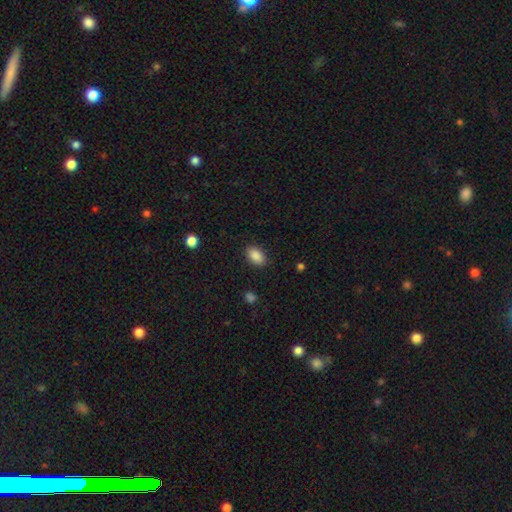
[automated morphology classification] This appears to be a smooth galaxy with no disk features (89%) that is in between round and cigar-shaped (91%). Merging: none (87%).